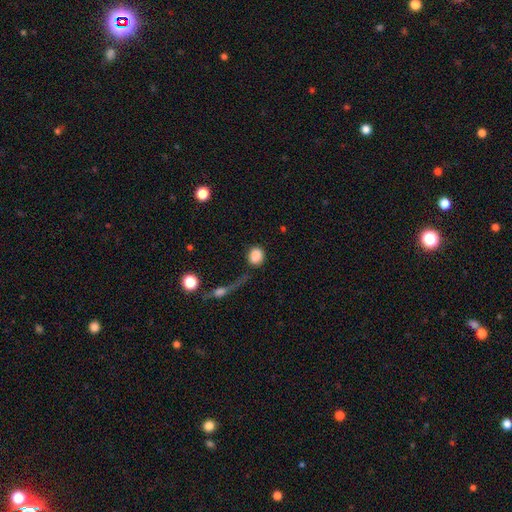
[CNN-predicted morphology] The model was most divided on "how rounded": round: 63%, in between: 34%, cigar-shaped: 2%. More confident: smooth or featured — smooth (86%); merging — none (66%).